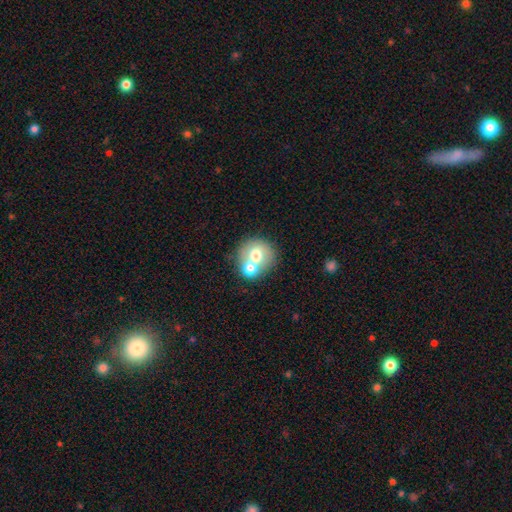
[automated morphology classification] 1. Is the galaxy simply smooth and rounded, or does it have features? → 66% smooth, 25% featured or disk, 9% star or artifact.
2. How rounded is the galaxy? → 81% round, 18% in between, 1% cigar-shaped.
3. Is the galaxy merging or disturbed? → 50% merger, 39% none, 8% minor disturbance, 3% major disturbance.